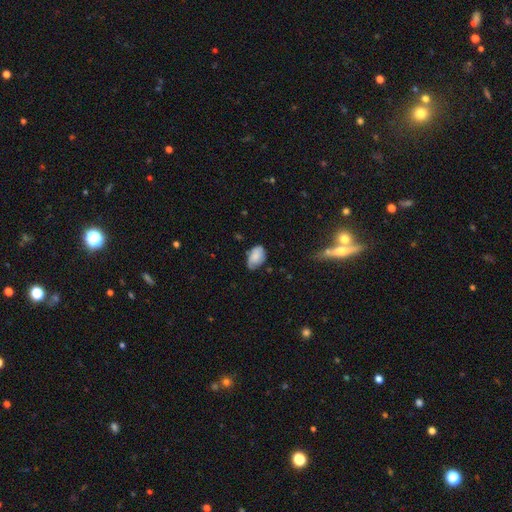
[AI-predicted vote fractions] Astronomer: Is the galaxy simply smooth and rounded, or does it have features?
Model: smooth — 73%.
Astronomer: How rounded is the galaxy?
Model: in between — 88%.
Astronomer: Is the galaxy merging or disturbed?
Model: none — 54% (runner-up: minor disturbance, 36%).